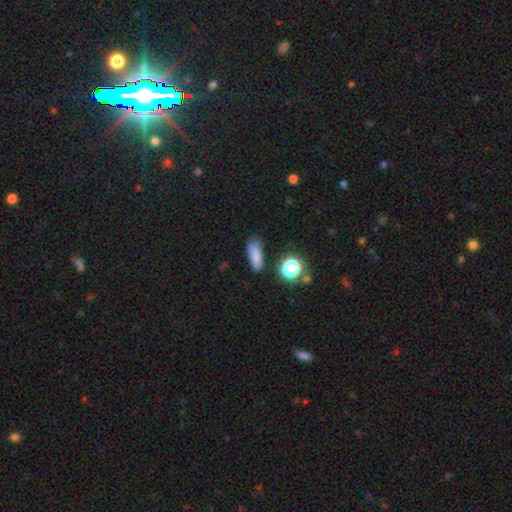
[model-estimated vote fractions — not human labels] The model was most divided on "how rounded": in between: 59%, cigar-shaped: 32%, round: 9%. More confident: smooth or featured — smooth (79%); merging — none (75%).